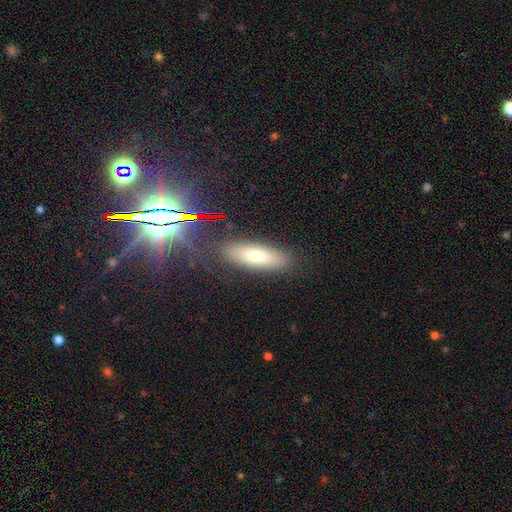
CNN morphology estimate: type=smooth (73%); roundness=in between (55%); merging=none (84%).